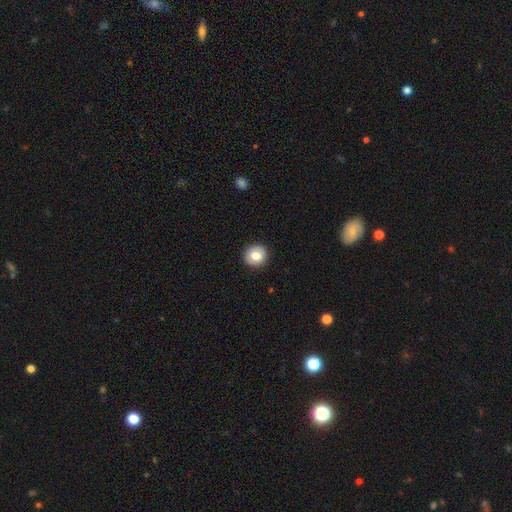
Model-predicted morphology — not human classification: This is likely a smooth galaxy (75%). How rounded: clearly round (91%). Merging: clearly none (91%).